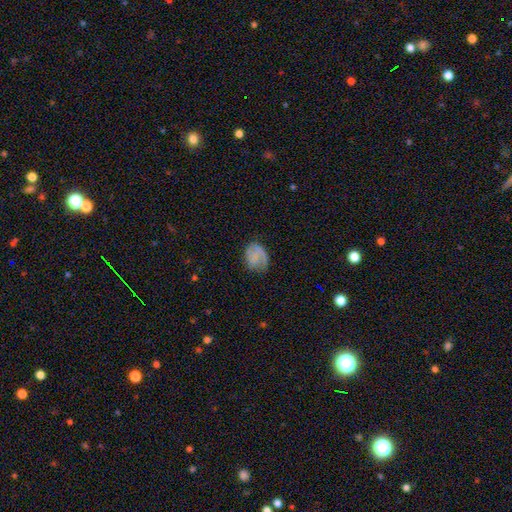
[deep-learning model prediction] Overall: smooth (58%; featured or disk 32%). How rounded: in between (53%; round 46%). Merging: none (61%; minor disturbance 25%).